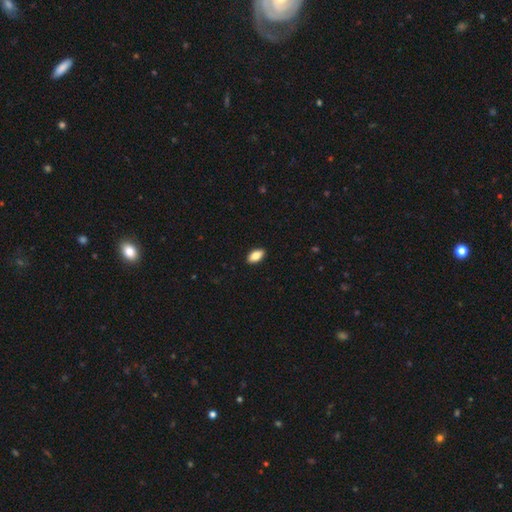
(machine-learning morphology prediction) Overall: smooth (82%). How rounded: in between (91%). Merging: none (91%).